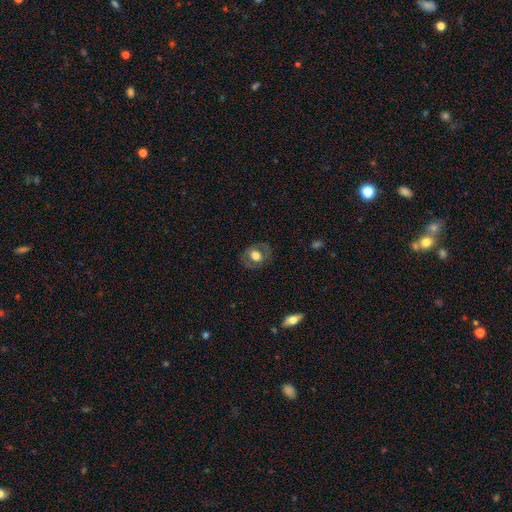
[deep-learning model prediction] This is possibly a smooth galaxy (52%). How rounded: possibly round (58%). Merging: likely none (80%).